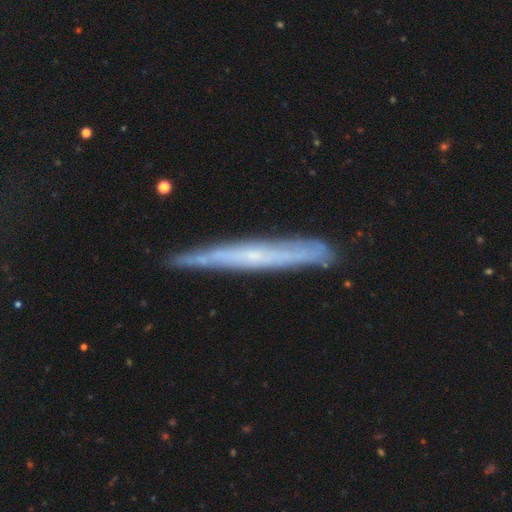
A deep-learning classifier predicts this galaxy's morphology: Overall: featured or disk (67%). Edge-on disk: yes (88%). Edge-on bulge: none (73%). Merging: none (82%).